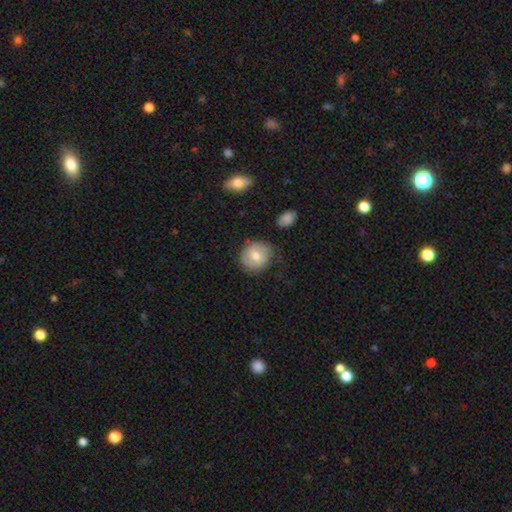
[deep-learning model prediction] smooth_or_featured: smooth (p=0.59) [alt: featured or disk p=0.34]
how_rounded: round (p=0.79) [alt: in between p=0.20]
merging: none (p=0.76) [alt: minor disturbance p=0.18]